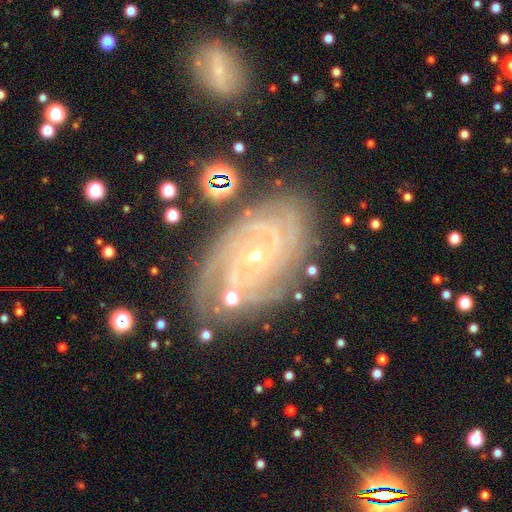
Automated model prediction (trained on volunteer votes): featured or disk 88%, star or artifact 7%, smooth 4%. Down the decision tree: edge-on disk — no (96%); bar — no (67%); spiral arms — yes (98%); spiral arm count — 4 (26%); spiral winding — tight (77%); bulge size — small (82%); merging — none (73%).